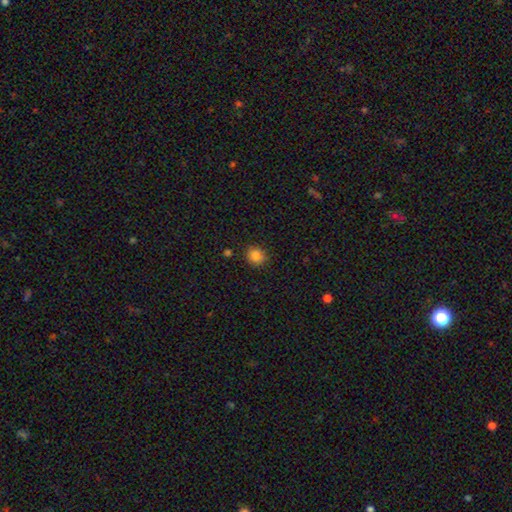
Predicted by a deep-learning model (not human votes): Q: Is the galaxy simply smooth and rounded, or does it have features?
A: smooth — 85%.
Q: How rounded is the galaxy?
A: round — 80%.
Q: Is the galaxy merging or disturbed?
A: none — 86%.